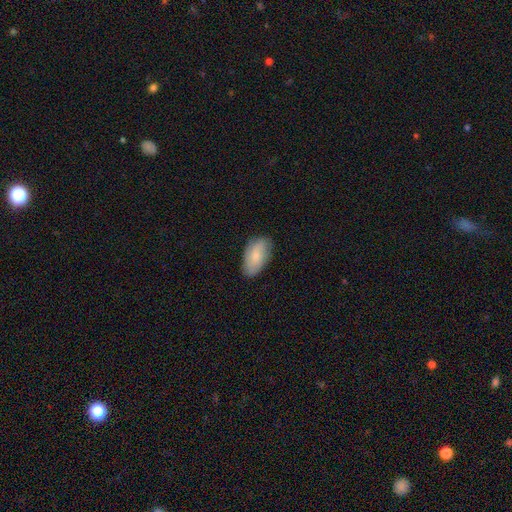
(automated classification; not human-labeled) Smooth or featured?
  - smooth: 70% *
  - featured or disk: 23%
  - star or artifact: 6%
How rounded?
  - in between: 93% *
  - round: 3%
  - cigar-shaped: 3%
Merging?
  - none: 79% *
  - minor disturbance: 17%
  - major disturbance: 3%
  - merger: 1%